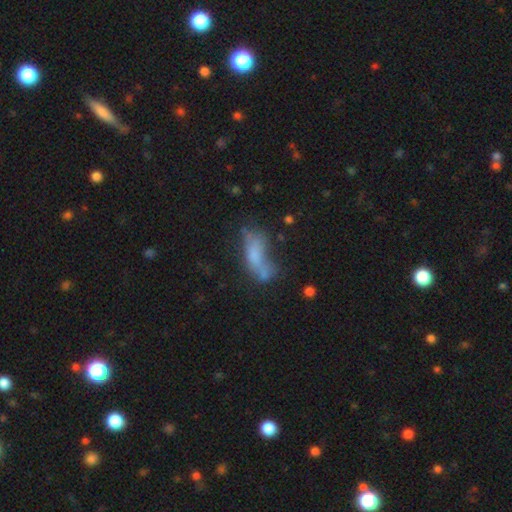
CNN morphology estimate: Smooth or featured? Predicted: smooth (p=0.56). How rounded? Predicted: in between (p=0.63). Merging? Predicted: none (p=0.31).